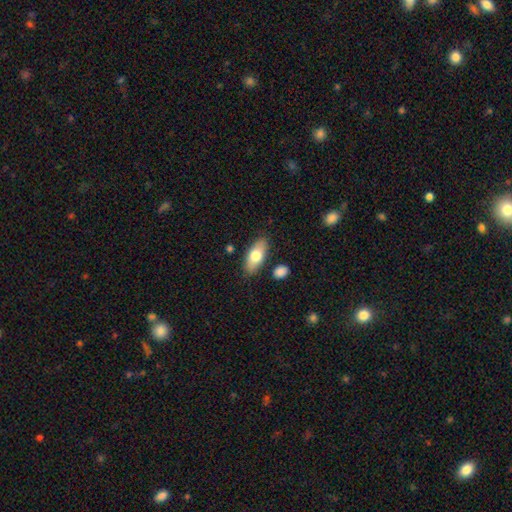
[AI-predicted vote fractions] Smooth or featured? Predicted: smooth (p=0.73). How rounded? Predicted: in between (p=0.85). Merging? Predicted: none (p=0.83).